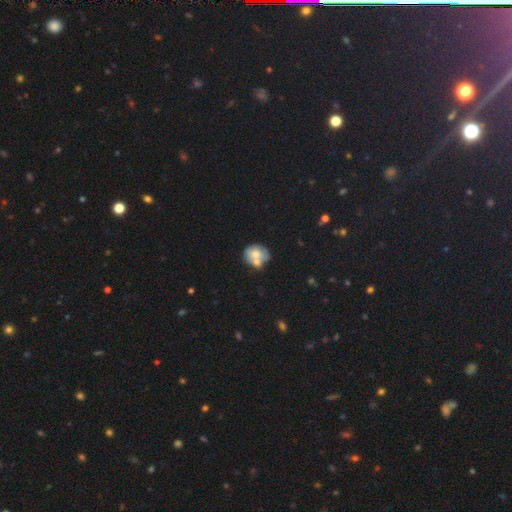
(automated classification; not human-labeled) A smooth galaxy with no disk features (62%) that is round (70%). Merging: merger (41%).